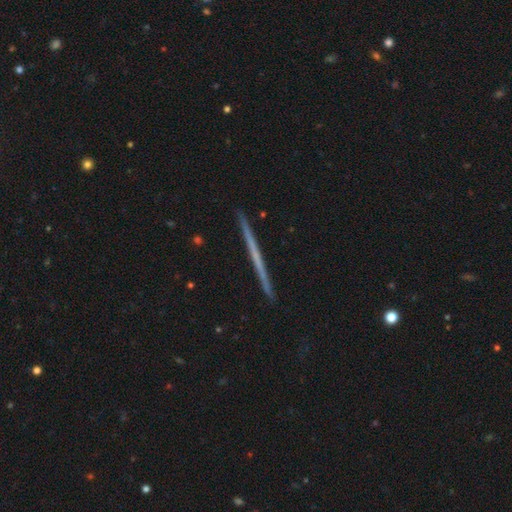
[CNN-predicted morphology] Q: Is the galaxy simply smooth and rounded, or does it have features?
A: featured or disk — 62%.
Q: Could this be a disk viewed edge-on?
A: yes — 98%.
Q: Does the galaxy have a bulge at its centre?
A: none — 91%.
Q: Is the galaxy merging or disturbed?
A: none — 93%.